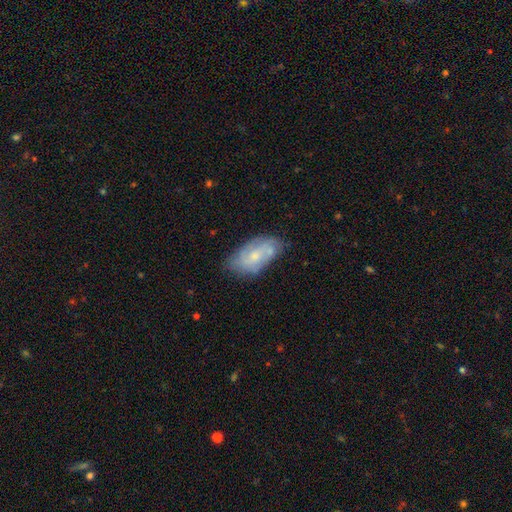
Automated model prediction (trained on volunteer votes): featured or disk 56%, smooth 37%, star or artifact 7%. Down the decision tree: edge-on disk — no (94%); bar — no (67%); spiral arms — yes (71%); bulge size — small (53%); merging — none (62%).